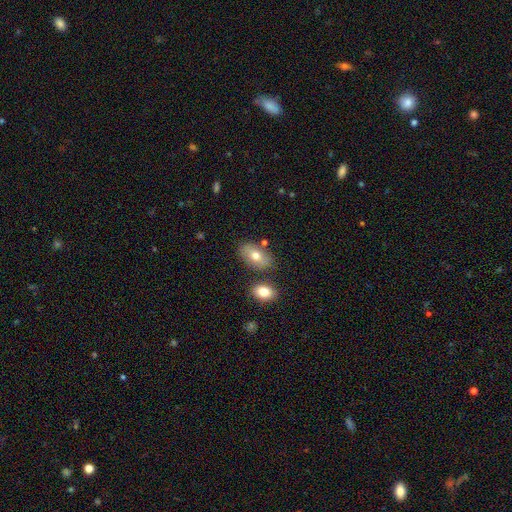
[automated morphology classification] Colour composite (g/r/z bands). It shows a smooth galaxy with no disk features (70%) that is in between round and cigar-shaped (90%). Merging: none (75%).